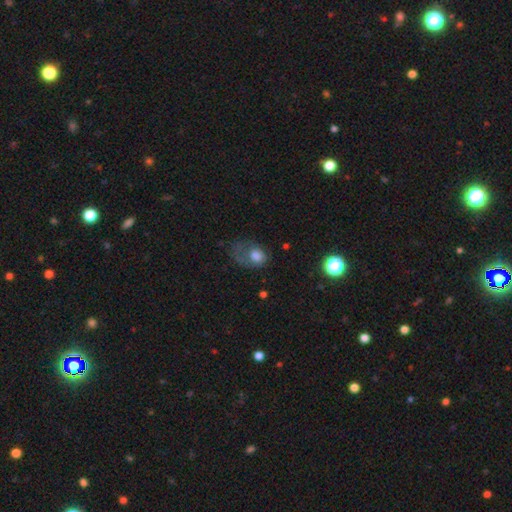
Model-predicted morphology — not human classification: Q: Smooth or featured?
A: smooth (66%); runner-up: featured or disk (22%)
Q: How rounded?
A: in between (66%); runner-up: round (33%)
Q: Merging?
A: major disturbance (50%); runner-up: none (24%)